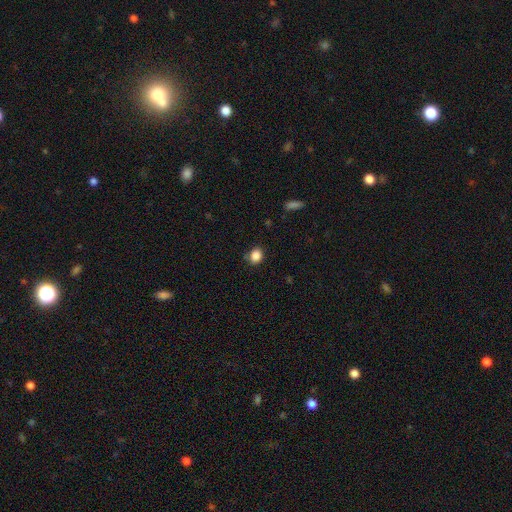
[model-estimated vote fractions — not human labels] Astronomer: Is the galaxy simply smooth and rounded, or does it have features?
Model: smooth — 86%.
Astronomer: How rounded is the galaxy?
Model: round — 67%.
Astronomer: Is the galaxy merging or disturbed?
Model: none — 81%.